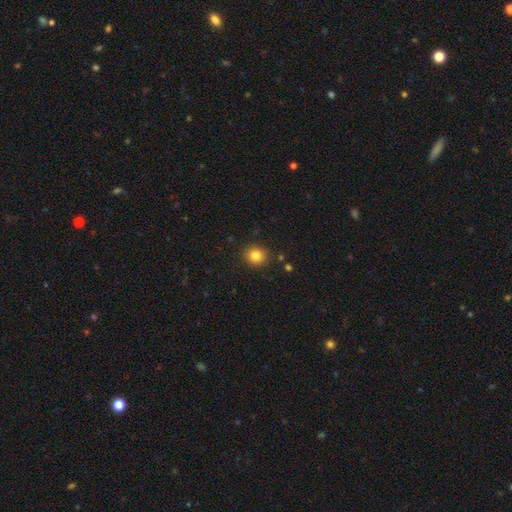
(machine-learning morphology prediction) type=smooth (83%); roundness=round (86%); merging=none (90%).